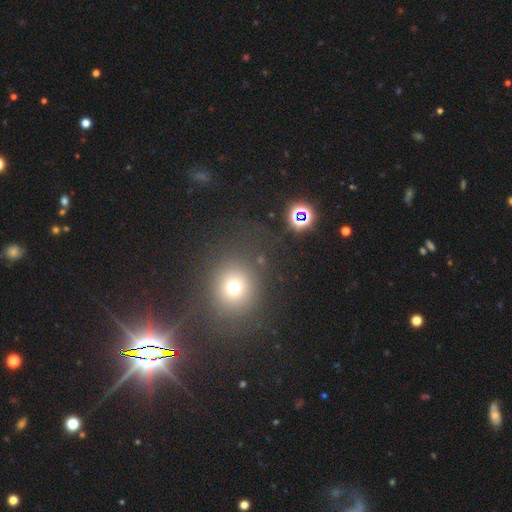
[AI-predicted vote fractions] smooth_or_featured: star or artifact (p=0.48) [alt: smooth p=0.41]